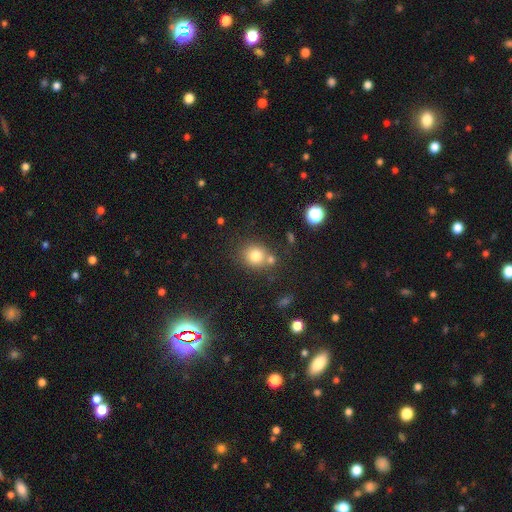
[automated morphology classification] Smooth or featured: smooth — 78% (star or artifact — 12%)
How rounded: round — 79% (in between — 20%)
Merging: none — 63% (merger — 21%)